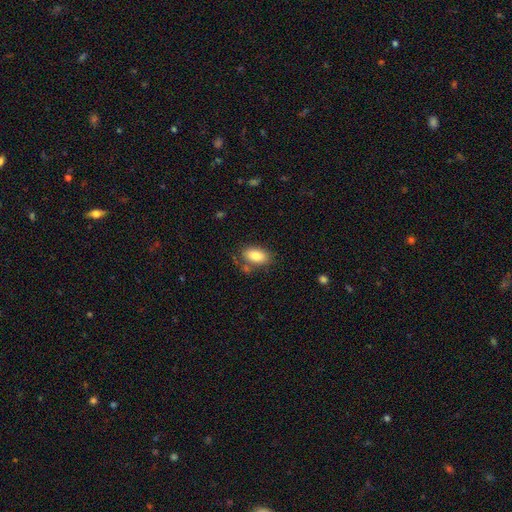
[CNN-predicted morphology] This is clearly a smooth galaxy (82%). How rounded: clearly in between (92%). Merging: likely none (72%).